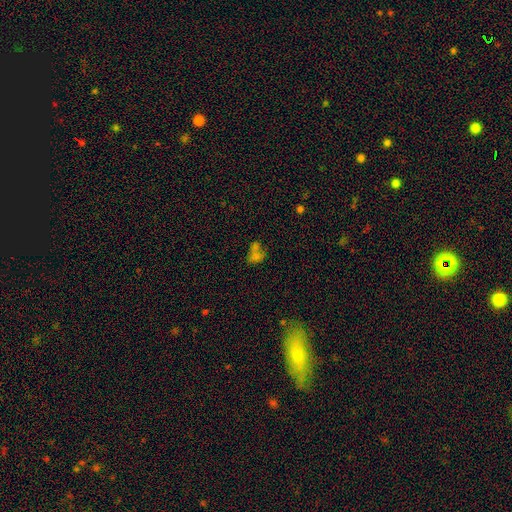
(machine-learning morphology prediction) smooth 59%, star or artifact 23%, featured or disk 19%. Down the decision tree: how rounded — in between (57%); merging — merger (48%).